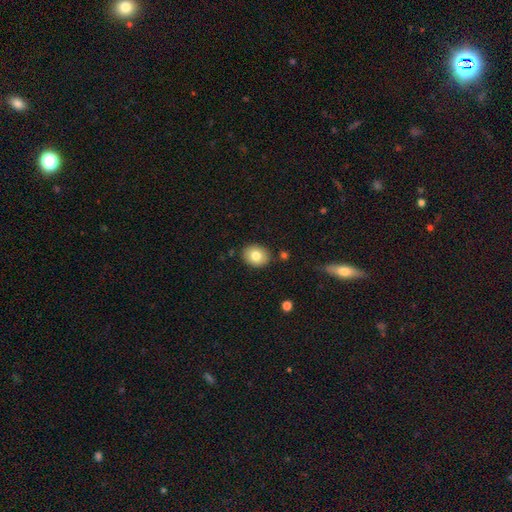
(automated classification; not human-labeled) Smooth or featured: smooth — 80% (featured or disk — 11%)
How rounded: round — 50% (in between — 49%)
Merging: none — 86% (minor disturbance — 9%)